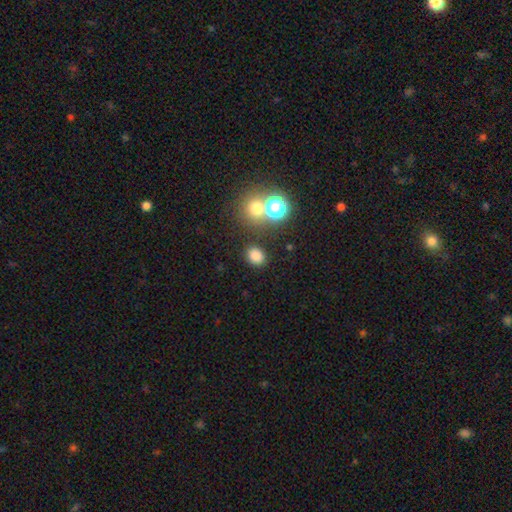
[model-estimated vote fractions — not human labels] smooth-or-featured: smooth: 80% | star or artifact: 15% | featured or disk: 5%
  how-rounded: round: 53% | in between: 46% | cigar-shaped: 1%
  merging: none: 81% | minor disturbance: 10% | merger: 6% | major disturbance: 3%